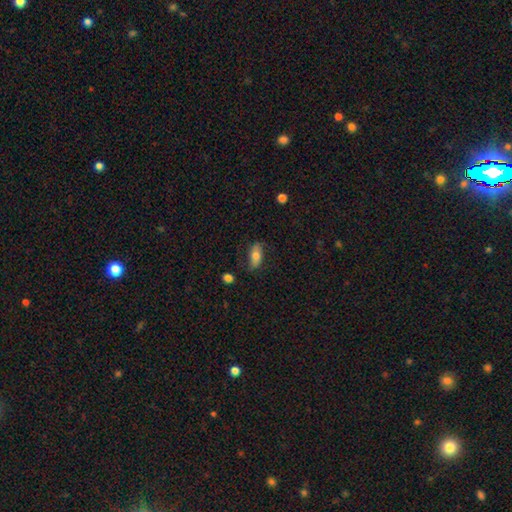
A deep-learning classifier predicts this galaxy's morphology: smooth_or_featured: smooth (p=0.65) [alt: featured or disk p=0.27]
how_rounded: in between (p=0.81) [alt: cigar-shaped p=0.15]
merging: none (p=0.70) [alt: minor disturbance p=0.21]